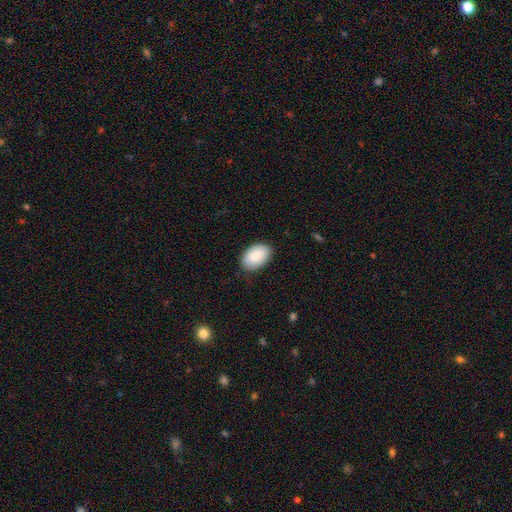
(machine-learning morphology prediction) This appears to be a smooth galaxy with no disk features (88%) that is in between round and cigar-shaped (92%). Merging: none (84%).